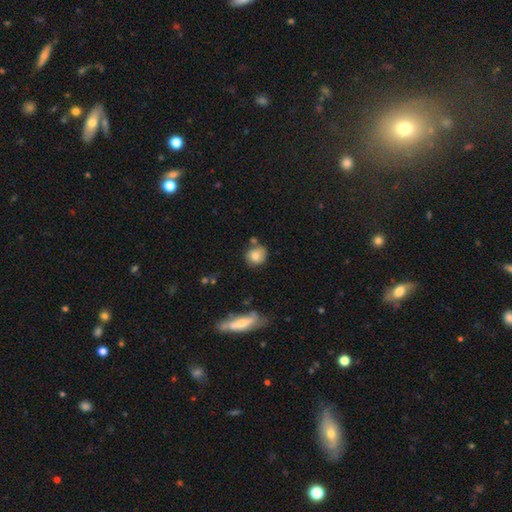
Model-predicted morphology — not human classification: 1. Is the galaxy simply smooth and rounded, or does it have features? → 77% smooth, 14% featured or disk, 9% star or artifact.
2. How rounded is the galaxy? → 79% round, 19% in between, 2% cigar-shaped.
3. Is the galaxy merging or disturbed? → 66% none, 18% minor disturbance, 11% merger, 4% major disturbance.